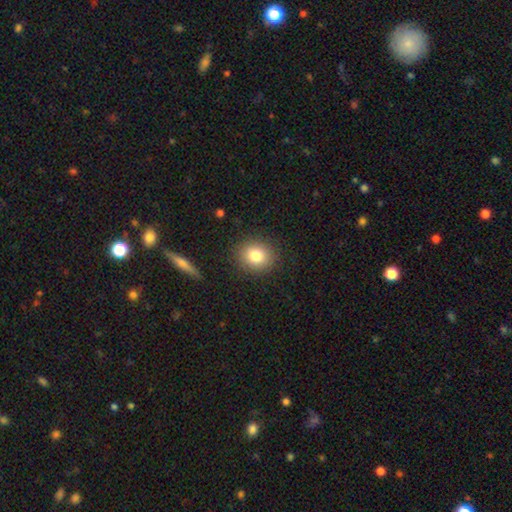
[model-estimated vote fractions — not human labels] Overall: smooth (81%). How rounded: round (76%). Merging: none (88%).